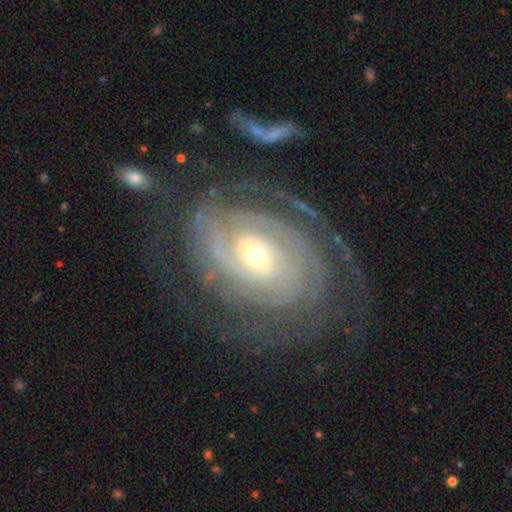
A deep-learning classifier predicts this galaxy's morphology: Smooth or featured: featured or disk — 88% (smooth — 7%)
Edge-on disk: no — 96% (yes — 4%)
Bar: no — 71% (weak — 20%)
Spiral arms: yes — 95% (no — 5%)
Spiral winding: tight — 79% (medium — 16%)
Spiral arm count: can't tell — 34% (2 — 24%)
Bulge size: small — 48% (moderate — 47%)
Merging: none — 67% (minor disturbance — 16%)